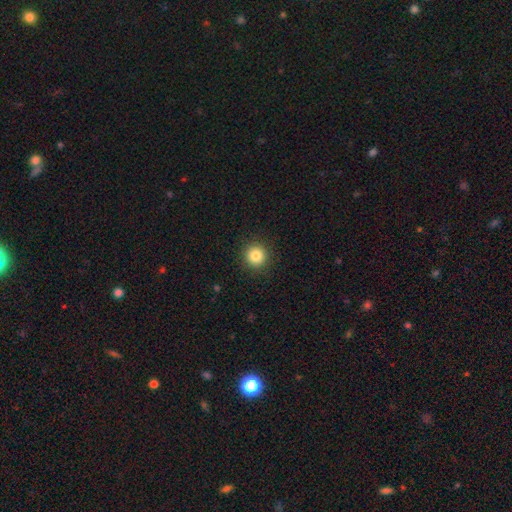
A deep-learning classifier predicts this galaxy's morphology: This appears to be a smooth galaxy with no disk features (83%) that is round (95%). Merging: none (91%).